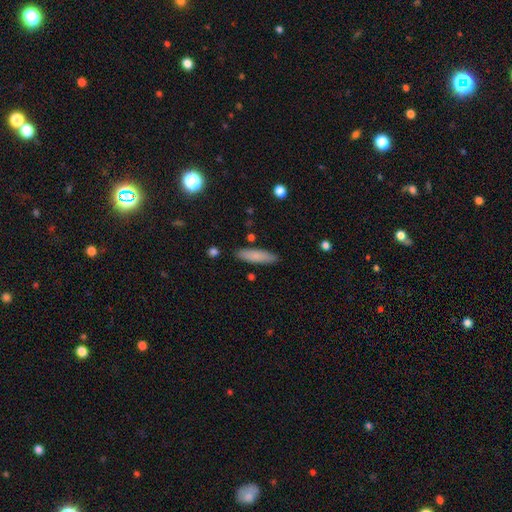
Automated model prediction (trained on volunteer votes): This is clearly a smooth galaxy (81%). How rounded: likely cigar-shaped (65%). Merging: clearly none (87%).